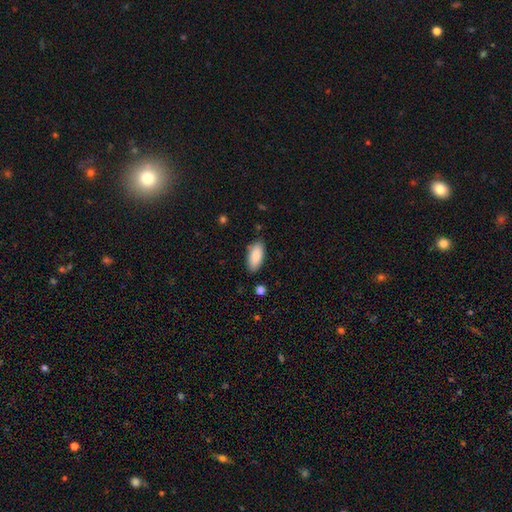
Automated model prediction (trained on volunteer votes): Overall: smooth (89%). How rounded: in between (89%). Merging: none (84%).